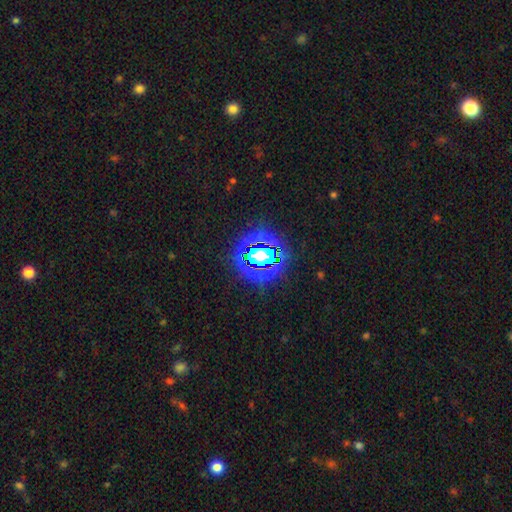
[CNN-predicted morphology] Q: Smooth or featured?
A: star or artifact (82%); runner-up: smooth (12%)